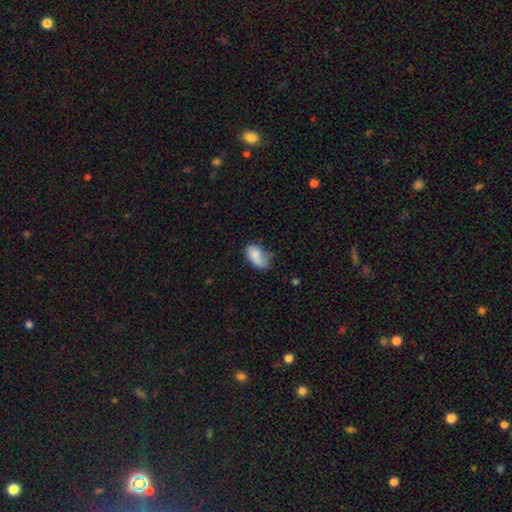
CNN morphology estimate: Overall: smooth (74%). How rounded: in between (92%). Merging: minor disturbance (33%, tied with none).